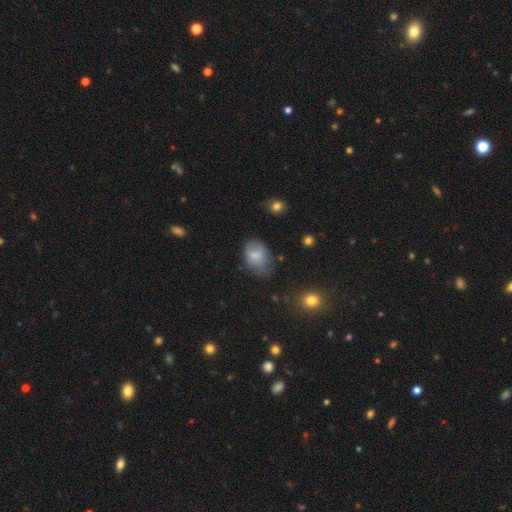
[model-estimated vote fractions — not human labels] This is likely a smooth galaxy (71%). How rounded: likely in between (80%). Merging: possibly none (51%).